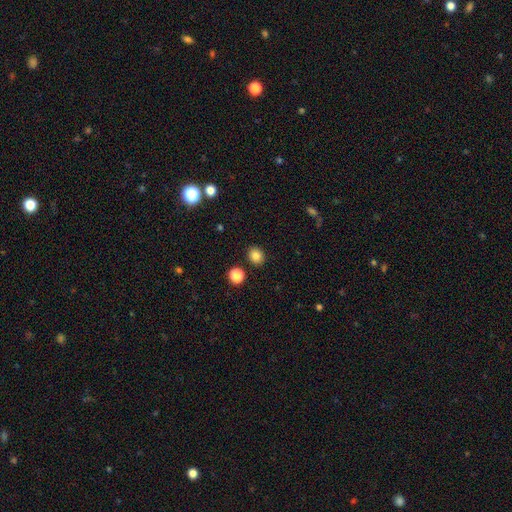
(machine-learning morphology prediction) Smooth or featured: smooth — 84% (star or artifact — 12%)
How rounded: round — 72% (in between — 27%)
Merging: none — 88% (minor disturbance — 7%)